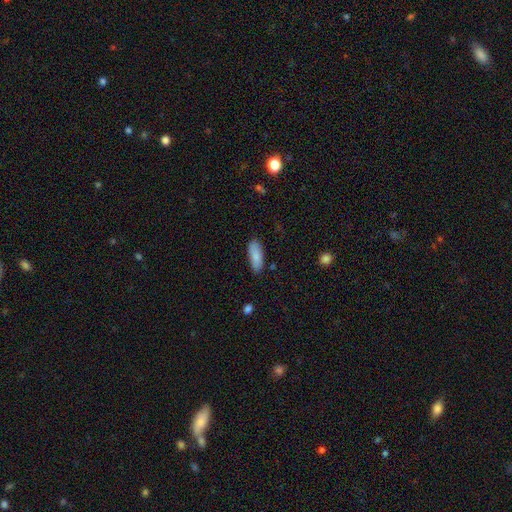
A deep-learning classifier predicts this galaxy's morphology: A smooth galaxy with no disk features (85%) that is in between round and cigar-shaped (76%). Merging: none (83%).